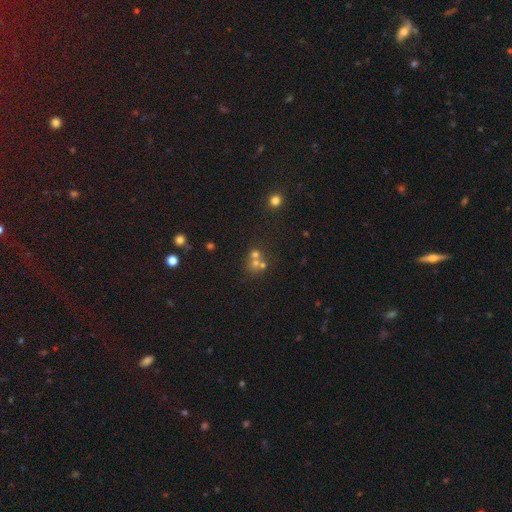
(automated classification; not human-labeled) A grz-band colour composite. It shows a smooth galaxy with no disk features (48%). Merging: none (47%).